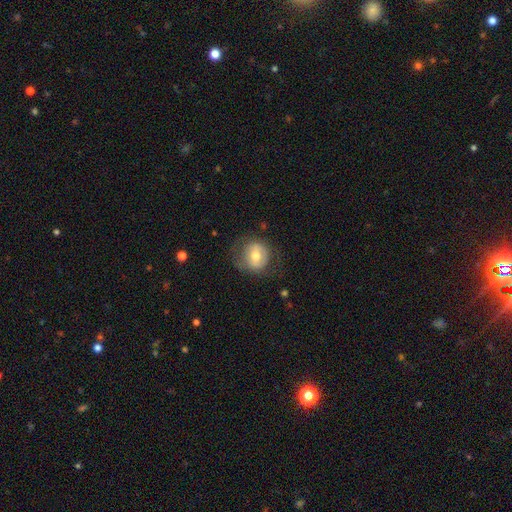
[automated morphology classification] A smooth galaxy with no disk features (57%) that is round (79%). Merging: none (65%).